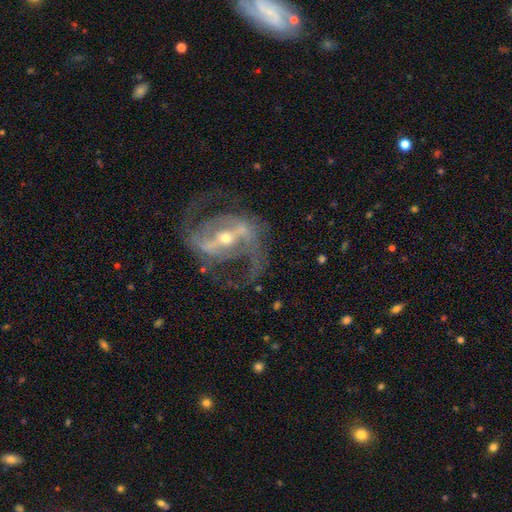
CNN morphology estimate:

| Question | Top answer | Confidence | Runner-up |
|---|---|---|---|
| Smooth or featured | featured or disk | 91% | star or artifact (5%) |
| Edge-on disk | no | 96% | yes (4%) |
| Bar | strong | 67% | weak (25%) |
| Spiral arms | yes | 97% | no (3%) |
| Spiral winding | medium | 56% | loose (30%) |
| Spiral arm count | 2 | 91% | 3 (2%) |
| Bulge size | small | 49% | moderate (47%) |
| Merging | none | 74% | minor disturbance (13%) |